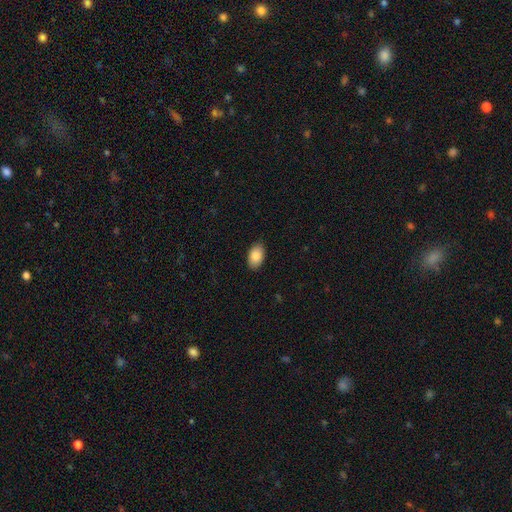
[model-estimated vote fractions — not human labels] Q: Smooth or featured?
A: smooth (87%); runner-up: star or artifact (7%)
Q: How rounded?
A: in between (93%); runner-up: round (6%)
Q: Merging?
A: none (88%); runner-up: minor disturbance (9%)